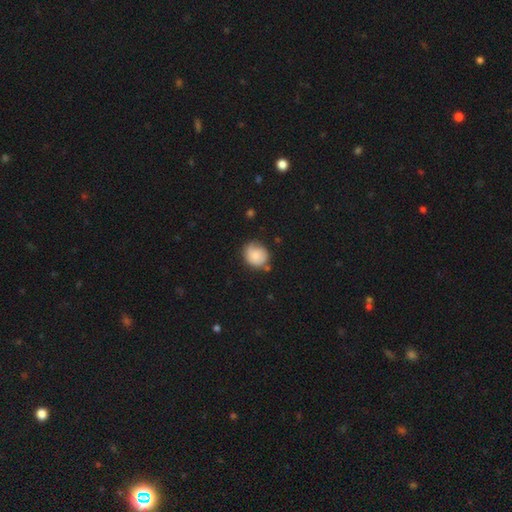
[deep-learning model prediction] Overall: smooth (75%). How rounded: round (77%). Merging: none (66%).